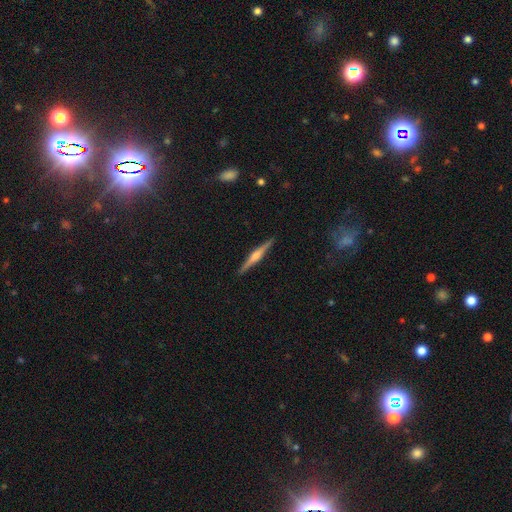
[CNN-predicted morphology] type=featured or disk (76%); edge-on=yes (98%); edge-on bulge=rounded (86%); merging=none (92%).